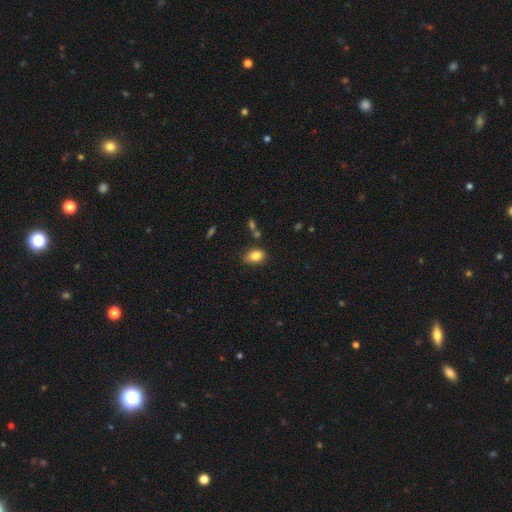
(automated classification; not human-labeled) smooth 83%, star or artifact 9%, featured or disk 8%. Down the decision tree: how rounded — in between (81%); merging — none (71%).